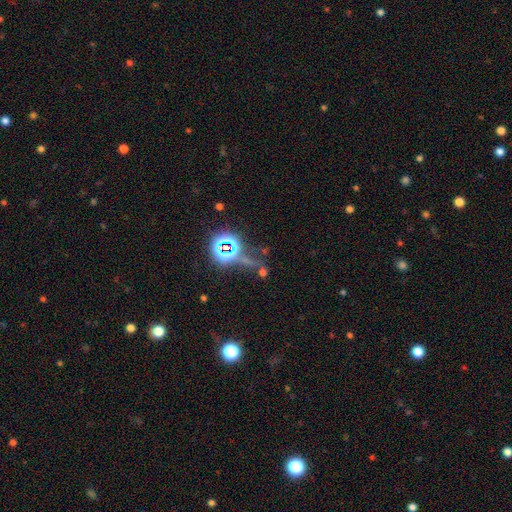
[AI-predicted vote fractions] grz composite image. It shows a star or artifact, not a galaxy (75%).